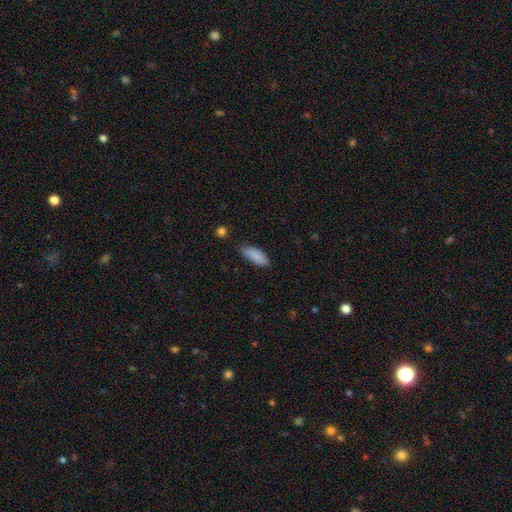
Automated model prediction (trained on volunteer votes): Smooth or featured? Predicted: smooth (p=0.88). How rounded? Predicted: in between (p=0.74). Merging? Predicted: none (p=0.77).